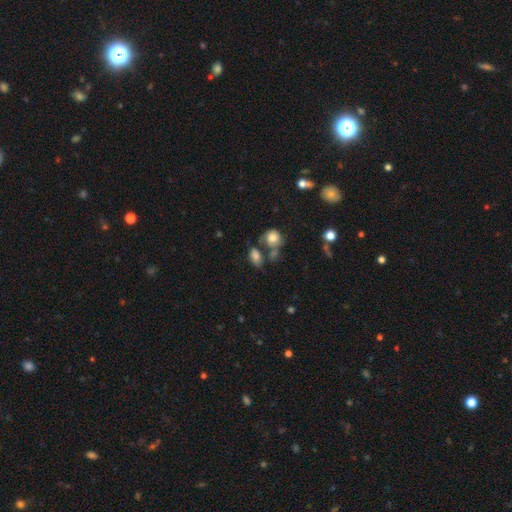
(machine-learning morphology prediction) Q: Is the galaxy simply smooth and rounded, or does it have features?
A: smooth — 77%.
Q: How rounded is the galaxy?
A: in between — 84%.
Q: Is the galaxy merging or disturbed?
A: none — 44%.